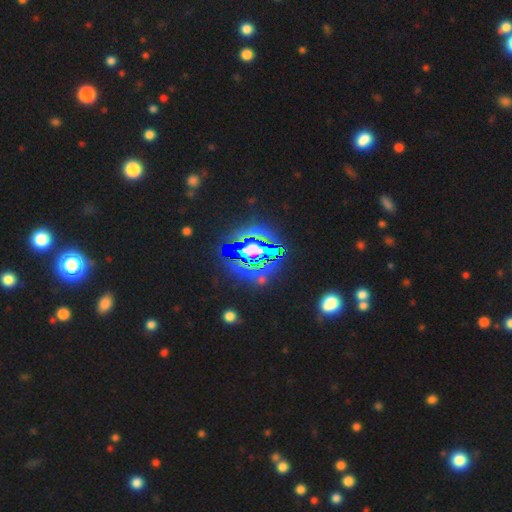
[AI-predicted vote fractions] Smooth or featured? Predicted: star or artifact (p=0.70).